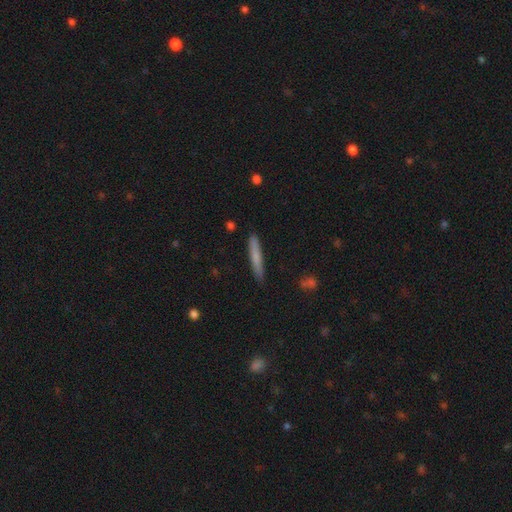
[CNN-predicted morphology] The model was most divided on "smooth or featured": smooth: 69%, featured or disk: 25%, star or artifact: 6%. More confident: how rounded — cigar-shaped (95%); merging — none (87%).